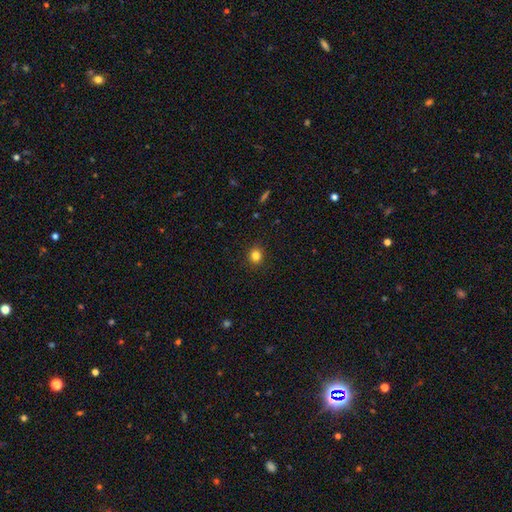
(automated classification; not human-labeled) The model was most divided on "how rounded": round: 82%, in between: 17%, cigar-shaped: 1%. More confident: merging — none (90%); smooth or featured — smooth (82%).